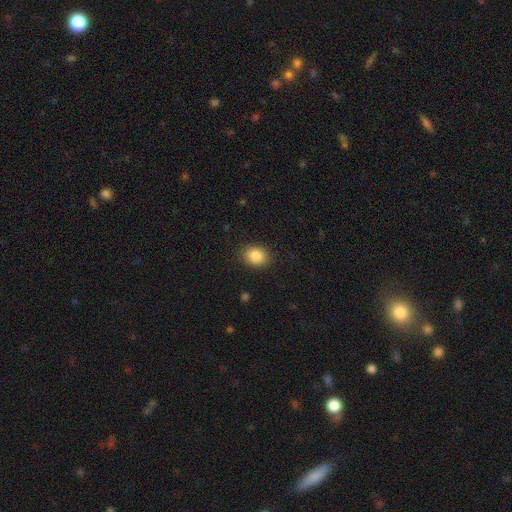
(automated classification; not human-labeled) The model was most divided on "how rounded": in between: 55%, round: 44%, cigar-shaped: 1%. More confident: merging — none (87%); smooth or featured — smooth (87%).